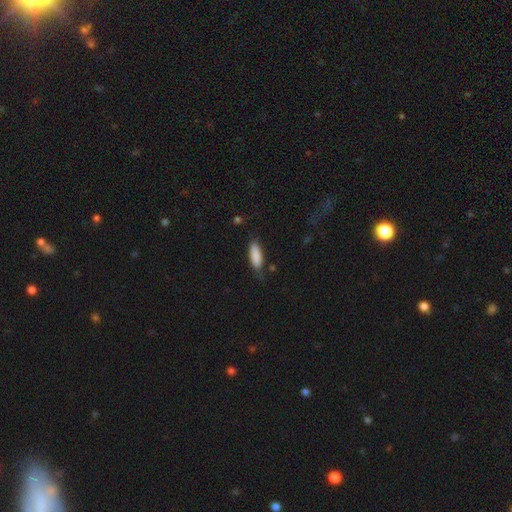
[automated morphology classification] Smooth or featured? Predicted: smooth (p=0.87). How rounded? Predicted: in between (p=0.59). Merging? Predicted: none (p=0.72).